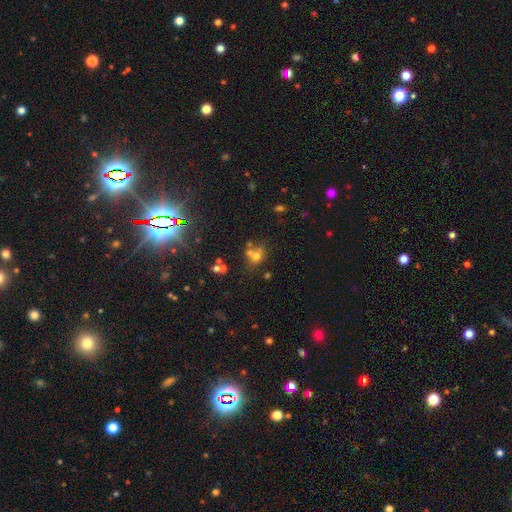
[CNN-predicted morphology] A smooth galaxy with no disk features (57%) that is round (69%).

Vote fractions:
- Smooth or featured? smooth: 57% / star or artifact: 25% / featured or disk: 18%
- How rounded? round: 69% / in between: 30% / cigar-shaped: 1%
- Merging? none: 45% / merger: 36% / minor disturbance: 12% / major disturbance: 7%